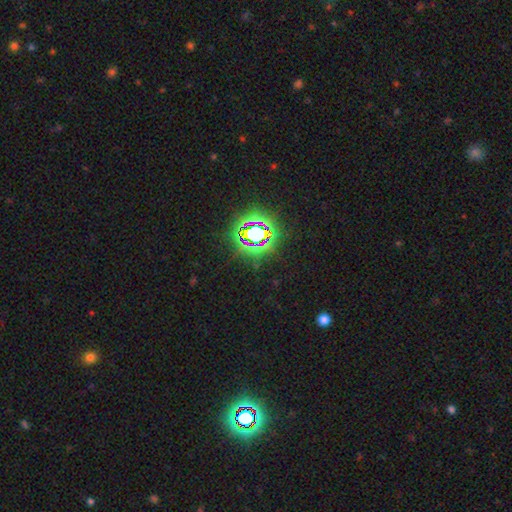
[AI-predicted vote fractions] smooth_or_featured: star or artifact (p=0.80) [alt: smooth p=0.11]